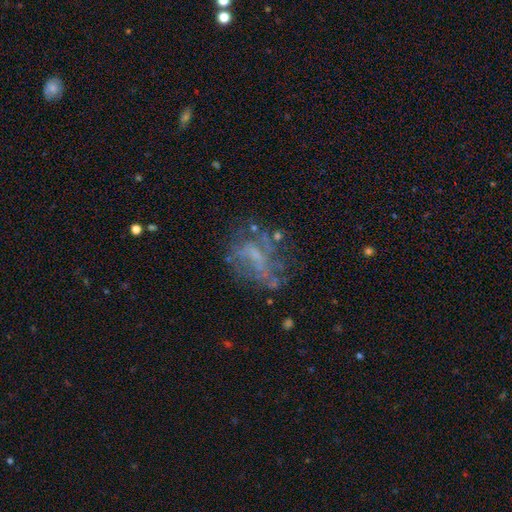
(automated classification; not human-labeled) Q: Smooth or featured?
A: featured or disk (63%); runner-up: smooth (21%)
Q: Edge-on disk?
A: no (97%); runner-up: yes (3%)
Q: Bar?
A: no (64%); runner-up: weak (29%)
Q: Spiral arms?
A: no (68%); runner-up: yes (32%)
Q: Bulge size?
A: none (48%); runner-up: small (33%)
Q: Merging?
A: none (45%); runner-up: major disturbance (29%)